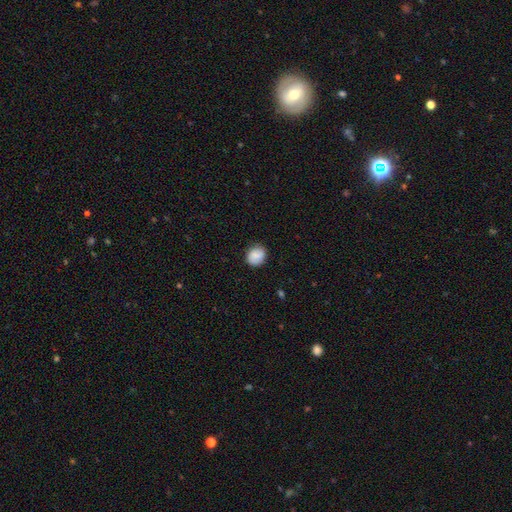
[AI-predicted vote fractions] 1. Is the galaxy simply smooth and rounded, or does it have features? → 80% smooth, 12% featured or disk, 8% star or artifact.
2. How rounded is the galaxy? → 74% round, 25% in between, 1% cigar-shaped.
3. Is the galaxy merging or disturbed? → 81% none, 15% minor disturbance, 3% major disturbance, 1% merger.